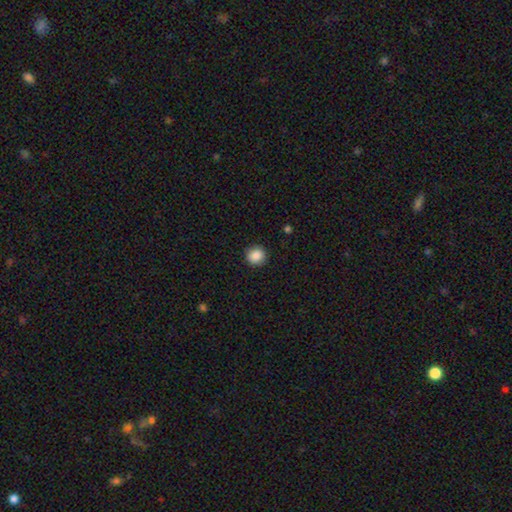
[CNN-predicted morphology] A smooth galaxy with no disk features (88%) that is round (91%).

Vote fractions:
- Smooth or featured? smooth: 88% / star or artifact: 9% / featured or disk: 3%
- How rounded? round: 91% / in between: 8% / cigar-shaped: 1%
- Merging? none: 91% / minor disturbance: 6% / major disturbance: 2% / merger: 1%